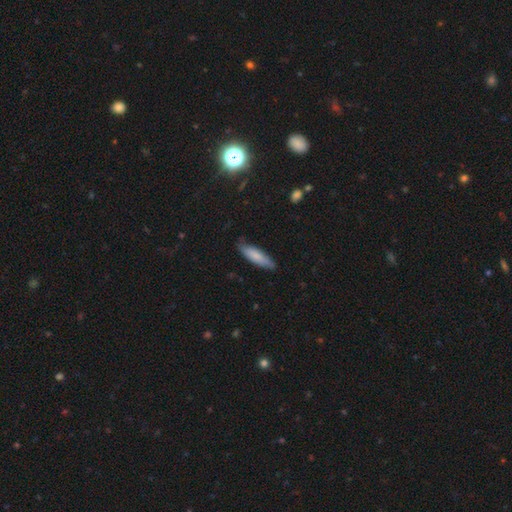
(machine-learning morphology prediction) Smooth or featured: smooth — 80% (featured or disk — 14%)
How rounded: cigar-shaped — 64% (in between — 35%)
Merging: none — 78% (minor disturbance — 18%)